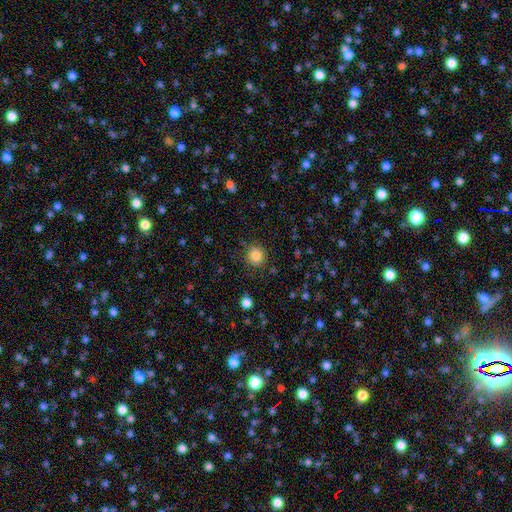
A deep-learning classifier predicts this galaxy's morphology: Q: Smooth or featured?
A: smooth (84%); runner-up: star or artifact (11%)
Q: How rounded?
A: round (92%); runner-up: in between (7%)
Q: Merging?
A: none (87%); runner-up: minor disturbance (8%)